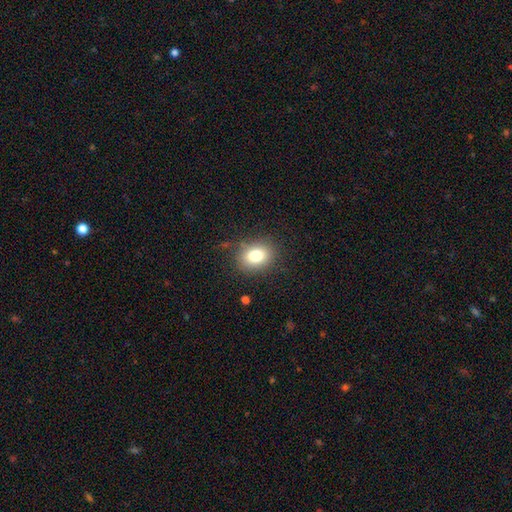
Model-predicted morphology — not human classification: type=smooth (79%); roundness=in between (53%); merging=none (82%).